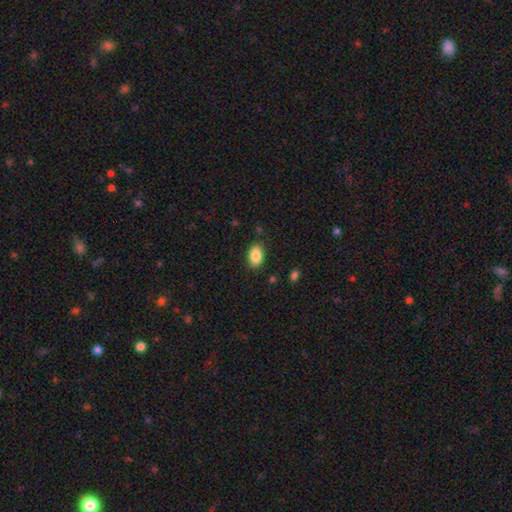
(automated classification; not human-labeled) Q: Smooth or featured?
A: smooth (87%); runner-up: star or artifact (8%)
Q: How rounded?
A: in between (91%); runner-up: round (8%)
Q: Merging?
A: none (86%); runner-up: minor disturbance (10%)